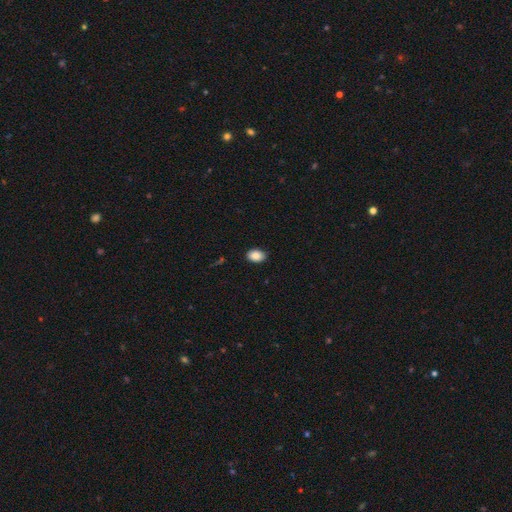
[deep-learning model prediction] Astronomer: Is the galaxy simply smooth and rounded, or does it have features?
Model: smooth — 87%.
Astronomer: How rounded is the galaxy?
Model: in between — 85%.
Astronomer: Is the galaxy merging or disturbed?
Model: none — 89%.